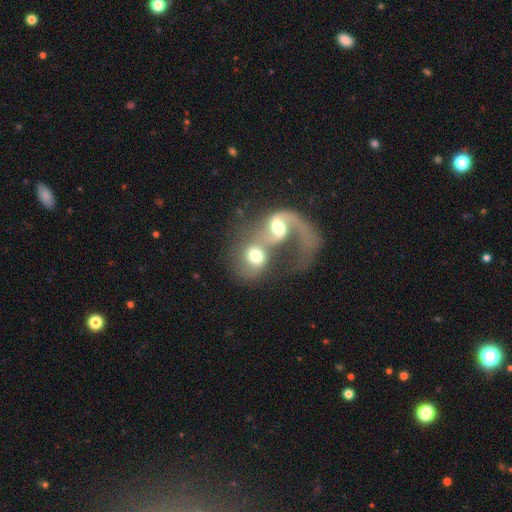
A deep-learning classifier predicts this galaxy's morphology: Smooth or featured? featured or disk (52%)
Edge-on disk? no (96%)
Merging? merger (77%)